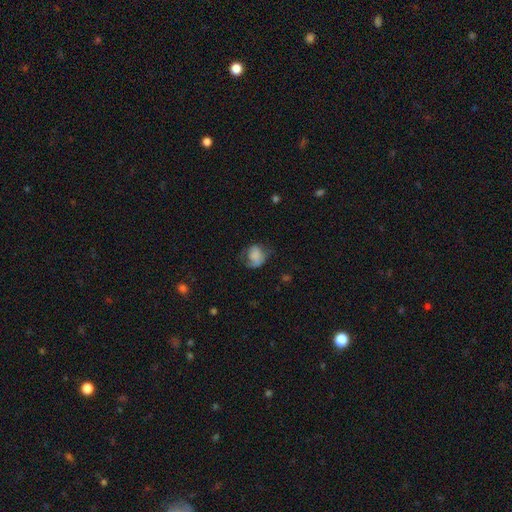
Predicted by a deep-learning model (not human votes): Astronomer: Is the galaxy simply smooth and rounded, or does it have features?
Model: smooth — 68%.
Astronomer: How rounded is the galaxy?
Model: round — 51% (runner-up: in between, 48%).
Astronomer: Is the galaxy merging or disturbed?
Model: none — 38% (runner-up: minor disturbance, 32%).